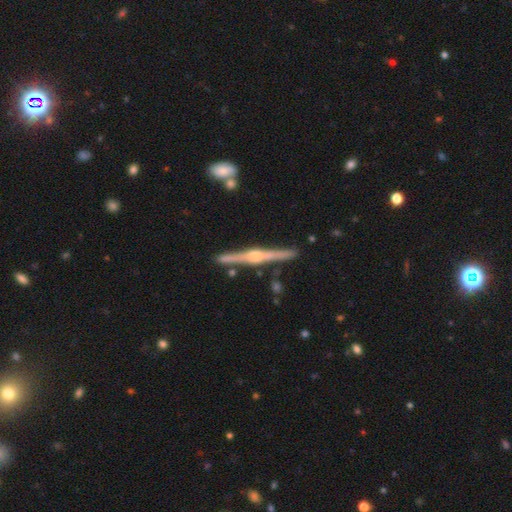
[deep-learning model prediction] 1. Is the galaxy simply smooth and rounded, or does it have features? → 85% featured or disk, 10% smooth, 5% star or artifact.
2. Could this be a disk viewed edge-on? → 98% yes, 2% no.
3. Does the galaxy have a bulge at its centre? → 89% rounded, 8% boxy, 4% none.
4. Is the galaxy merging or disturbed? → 89% none, 7% minor disturbance, 3% merger, 1% major disturbance.